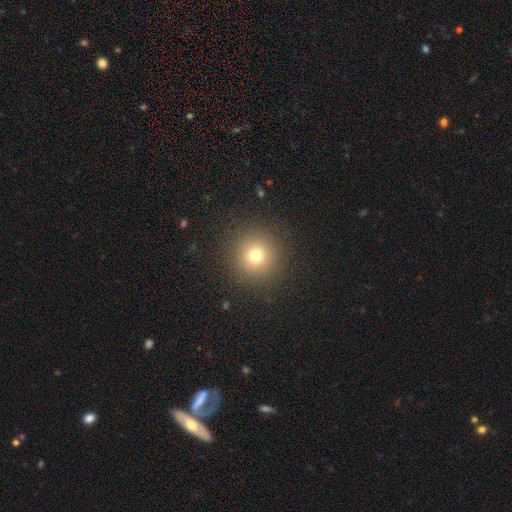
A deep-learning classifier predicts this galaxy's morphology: Smooth or featured? smooth (73%)
How rounded? round (95%)
Merging? none (90%)